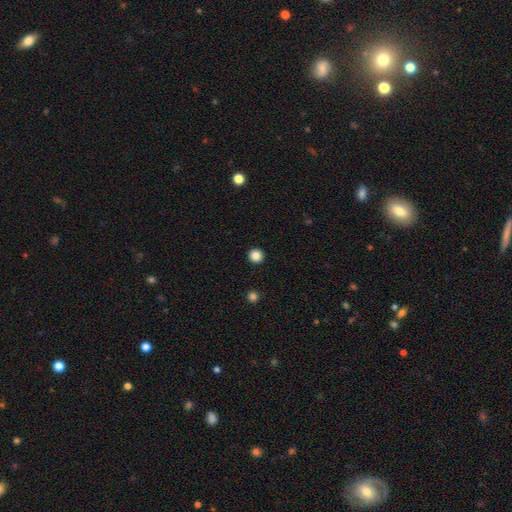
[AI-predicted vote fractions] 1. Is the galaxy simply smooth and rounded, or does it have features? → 85% smooth, 11% star or artifact, 4% featured or disk.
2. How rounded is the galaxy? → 95% round, 4% in between, 1% cigar-shaped.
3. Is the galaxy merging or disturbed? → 94% none, 4% minor disturbance, 1% major disturbance, 1% merger.